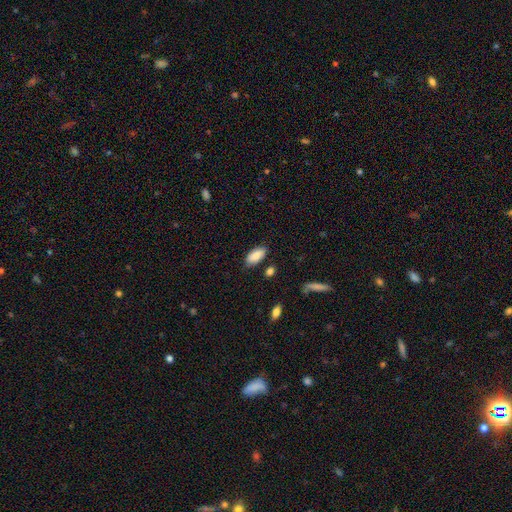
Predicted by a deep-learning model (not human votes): Smooth or featured? smooth (87%)
How rounded? in between (90%)
Merging? none (78%)